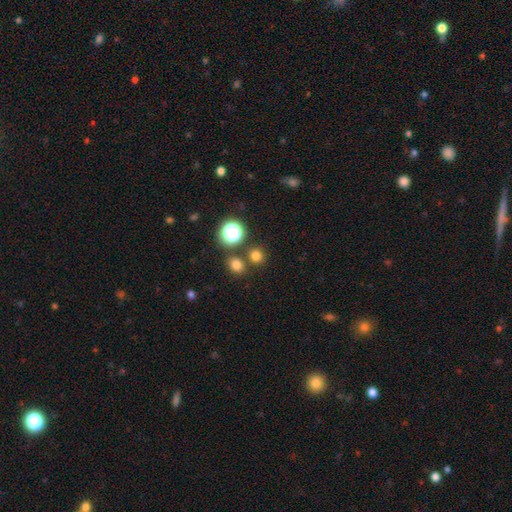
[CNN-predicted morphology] Q: Smooth or featured?
A: smooth (73%); runner-up: star or artifact (22%)
Q: How rounded?
A: round (89%); runner-up: in between (10%)
Q: Merging?
A: none (78%); runner-up: merger (12%)